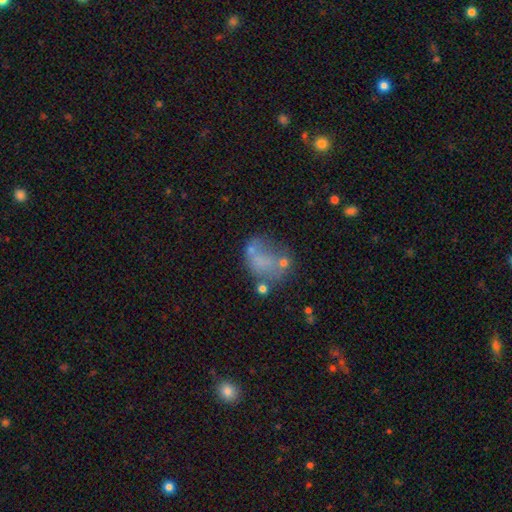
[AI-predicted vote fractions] Overall: smooth (52%; featured or disk 33%). How rounded: in between (62%; round 36%). Merging: none (32%; major disturbance 29%).